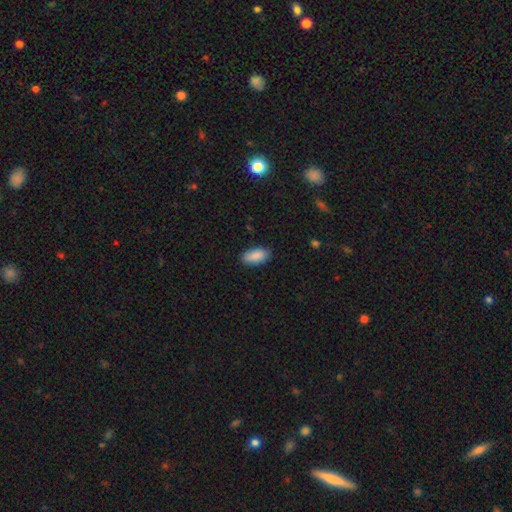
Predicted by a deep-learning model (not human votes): Overall: smooth (90%). How rounded: in between (92%). Merging: none (85%).